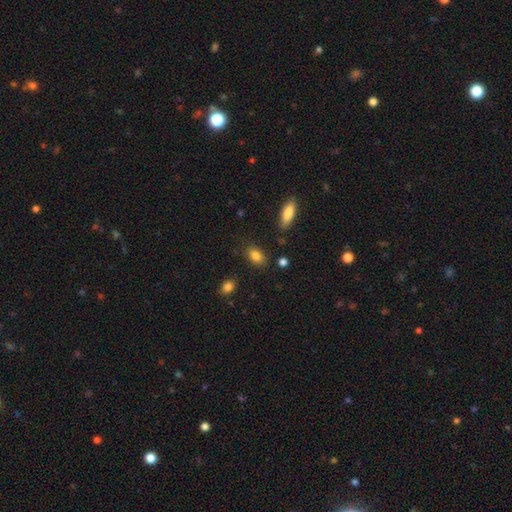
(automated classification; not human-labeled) This is clearly a smooth galaxy (85%). How rounded: clearly in between (86%). Merging: clearly none (82%).